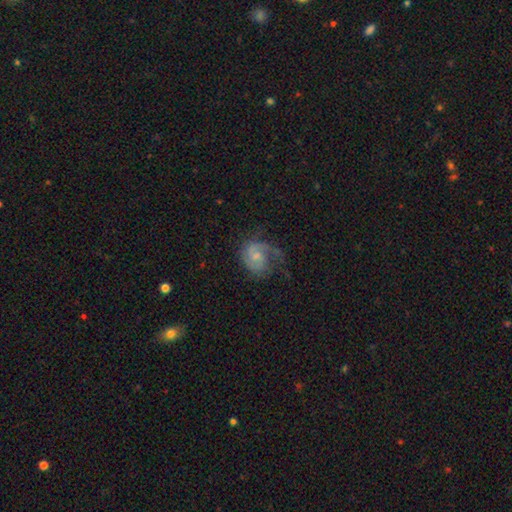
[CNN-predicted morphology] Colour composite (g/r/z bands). It shows a featured or disk galaxy (77%) with no bar (58%), 2 (60%) medium (46%) spiral arms (94%) and a small central bulge (51%). Merging: none (51%).